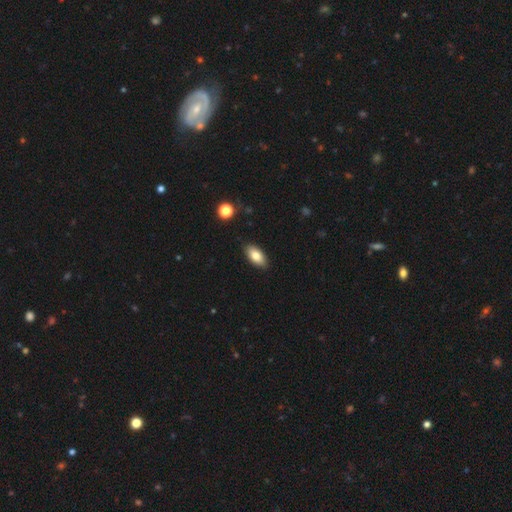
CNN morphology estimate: smooth-or-featured: smooth: 80% | featured or disk: 13% | star or artifact: 7%
  how-rounded: in between: 91% | cigar-shaped: 6% | round: 3%
  merging: none: 87% | minor disturbance: 10% | major disturbance: 2% | merger: 1%